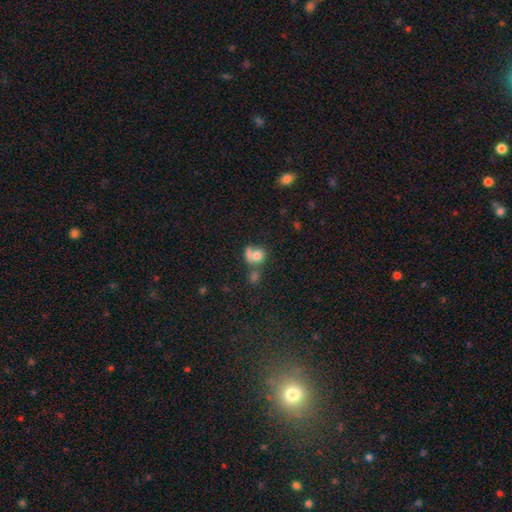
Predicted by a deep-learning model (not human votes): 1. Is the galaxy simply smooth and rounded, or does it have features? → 68% smooth, 20% featured or disk, 12% star or artifact.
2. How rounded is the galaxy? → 66% round, 33% in between, 1% cigar-shaped.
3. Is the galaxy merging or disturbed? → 47% merger, 28% none, 13% major disturbance, 12% minor disturbance.